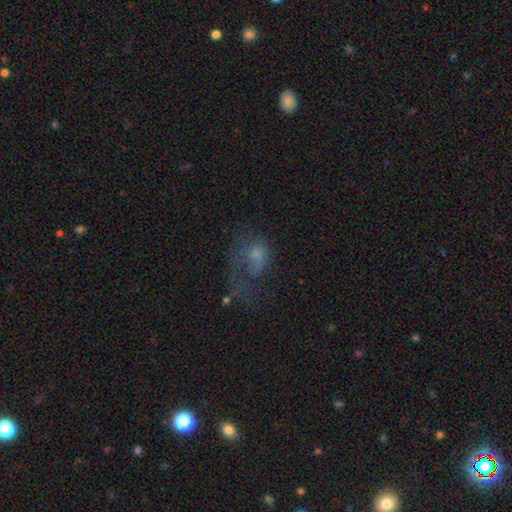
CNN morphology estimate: Smooth or featured: smooth — 48% (featured or disk — 37%)
Merging: major disturbance — 60% (none — 21%)